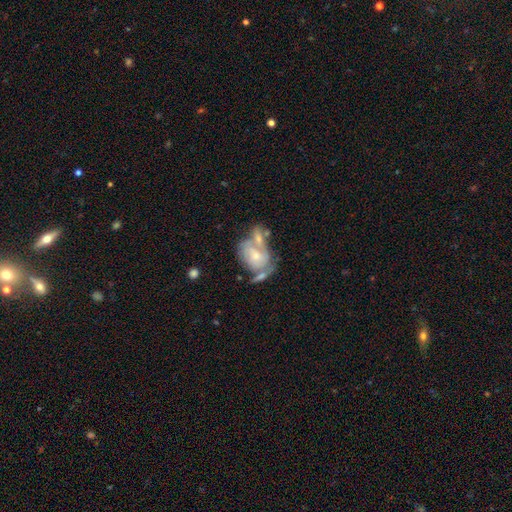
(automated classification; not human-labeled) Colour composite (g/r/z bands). It shows a featured or disk galaxy (56%) with no bar (77%), spiral arms (54%) and a small central bulge (55%). Merging: merger (49%).